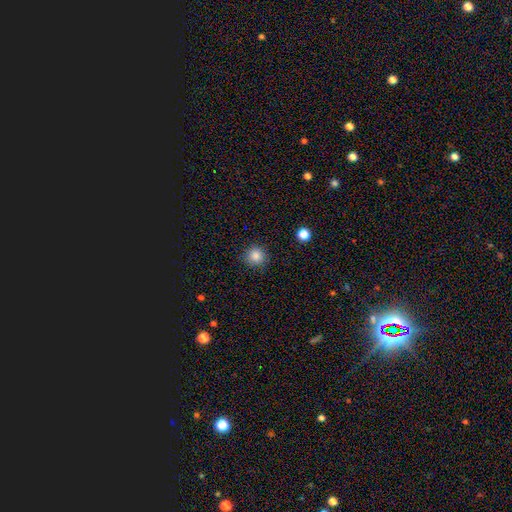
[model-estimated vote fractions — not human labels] The model was most divided on "smooth or featured": smooth: 85%, star or artifact: 11%, featured or disk: 4%. More confident: how rounded — round (93%); merging — none (90%).